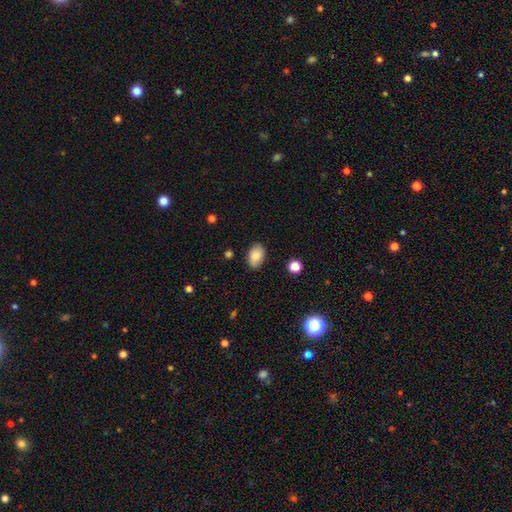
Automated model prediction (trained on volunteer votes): Smooth or featured? Predicted: smooth (p=0.84). How rounded? Predicted: in between (p=0.88). Merging? Predicted: none (p=0.84).